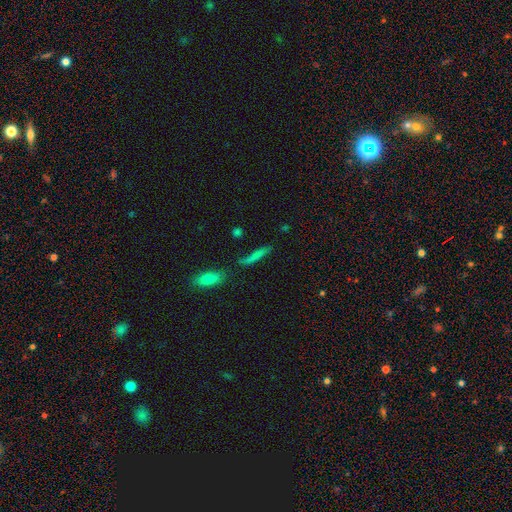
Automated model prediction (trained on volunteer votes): The model was most divided on "merging": none: 64%, minor disturbance: 18%, merger: 11%, major disturbance: 7%. More confident: how rounded — cigar-shaped (86%); smooth or featured — smooth (71%).